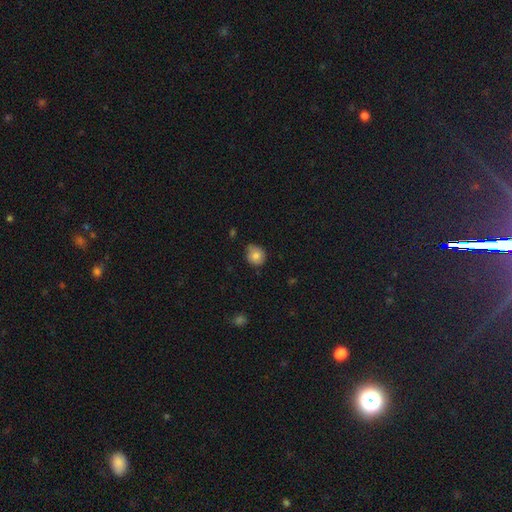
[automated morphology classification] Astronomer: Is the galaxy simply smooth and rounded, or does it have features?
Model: smooth — 80%.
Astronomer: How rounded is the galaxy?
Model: round — 77%.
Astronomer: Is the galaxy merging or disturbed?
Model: none — 69%.